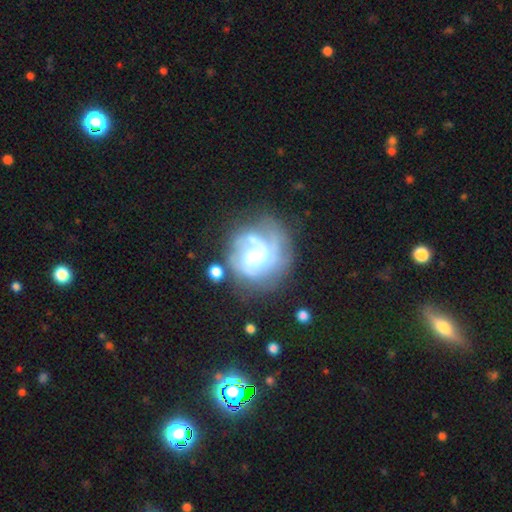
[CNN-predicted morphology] type=featured or disk (76%); edge-on=no (98%); bar=no (47%); spiral arms=yes (88%); winding=medium (43%); arm count=2 (30%); bulge=moderate (44%); merging=none (55%).